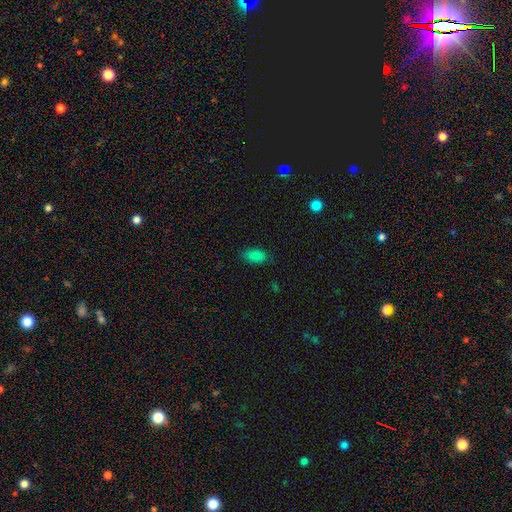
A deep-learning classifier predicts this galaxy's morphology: This is clearly a smooth galaxy (85%). How rounded: clearly in between (93%). Merging: clearly none (81%).